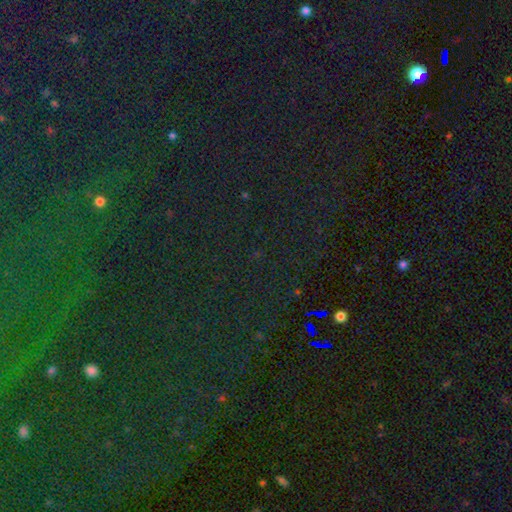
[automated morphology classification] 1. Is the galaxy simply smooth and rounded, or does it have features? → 83% star or artifact, 9% smooth, 8% featured or disk.